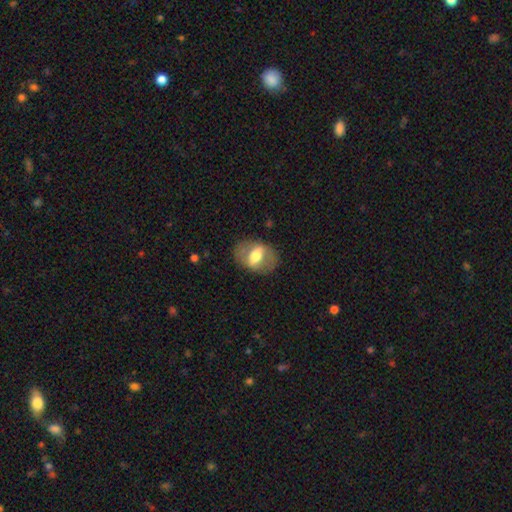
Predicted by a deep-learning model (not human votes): Morphology: type=featured or disk (48%); merging=none (80%).